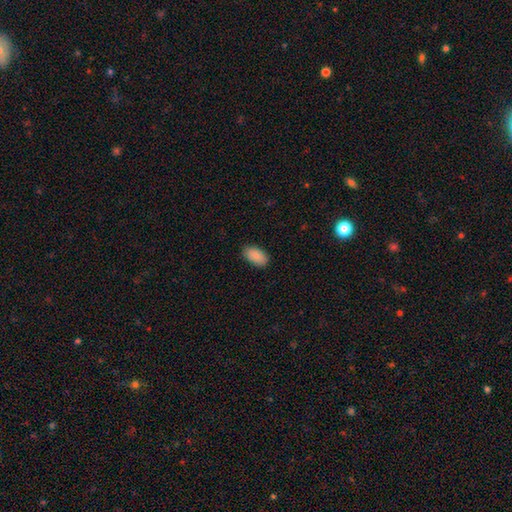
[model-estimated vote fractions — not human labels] Smooth or featured? smooth (88%)
How rounded? in between (95%)
Merging? none (87%)